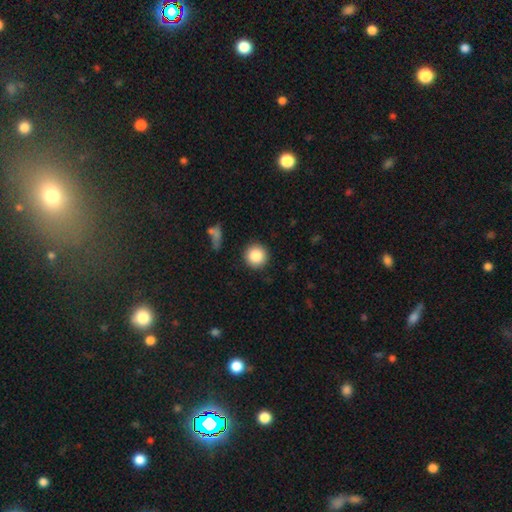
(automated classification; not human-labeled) Smooth or featured? Predicted: smooth (p=0.86). How rounded? Predicted: round (p=0.95). Merging? Predicted: none (p=0.89).